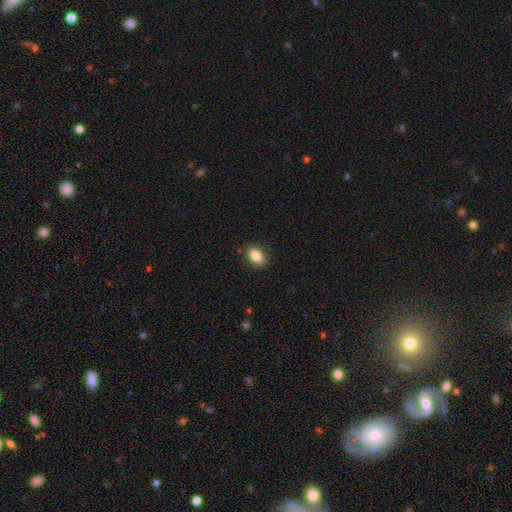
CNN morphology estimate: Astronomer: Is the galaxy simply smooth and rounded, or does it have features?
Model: smooth — 85%.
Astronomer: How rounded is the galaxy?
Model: in between — 84%.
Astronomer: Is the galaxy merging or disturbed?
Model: none — 84%.